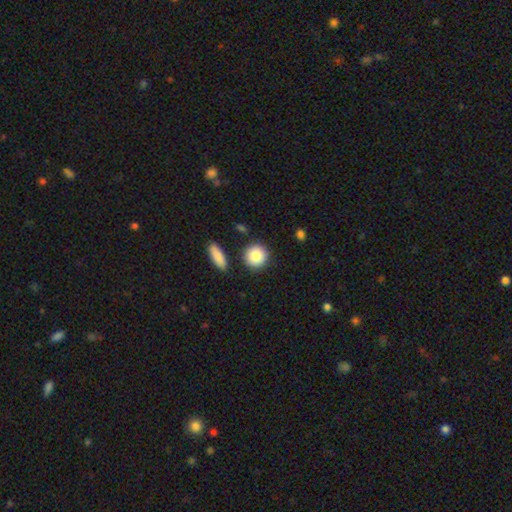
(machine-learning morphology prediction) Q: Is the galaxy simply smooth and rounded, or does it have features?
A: smooth — 86%.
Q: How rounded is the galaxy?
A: round — 89%.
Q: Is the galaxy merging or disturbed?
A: none — 85%.